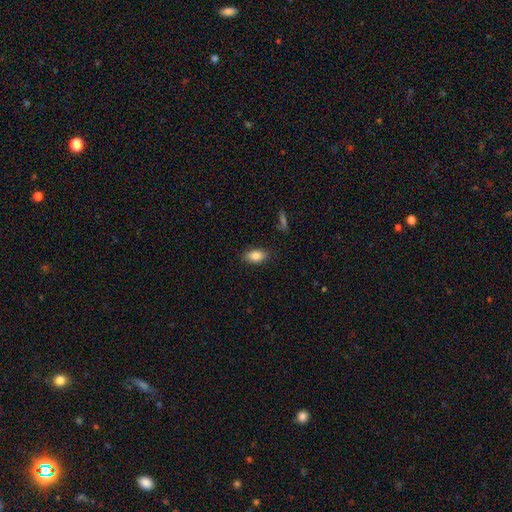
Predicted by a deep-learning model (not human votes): This appears to be a smooth galaxy with no disk features (86%) that is in between round and cigar-shaped (91%). Merging: none (86%).